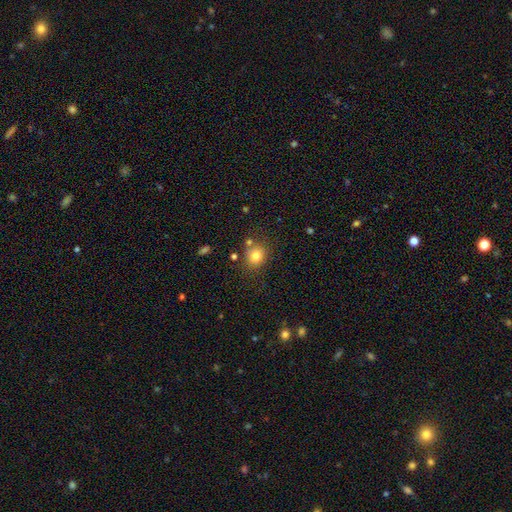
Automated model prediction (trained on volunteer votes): A smooth galaxy with no disk features (79%) that is round (71%).

Vote fractions:
- Smooth or featured? smooth: 79% / star or artifact: 12% / featured or disk: 8%
- How rounded? round: 71% / in between: 28% / cigar-shaped: 1%
- Merging? none: 73% / minor disturbance: 13% / merger: 10% / major disturbance: 4%